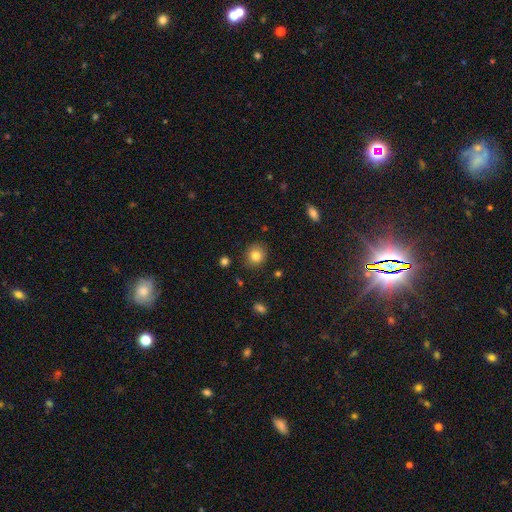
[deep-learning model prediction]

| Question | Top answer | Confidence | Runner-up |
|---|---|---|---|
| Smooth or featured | smooth | 81% | star or artifact (11%) |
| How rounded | round | 85% | in between (14%) |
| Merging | none | 87% | minor disturbance (9%) |